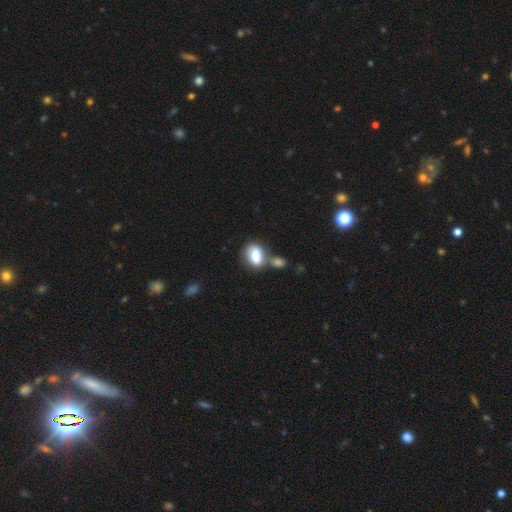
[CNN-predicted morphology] Smooth or featured? smooth (81%)
How rounded? in between (80%)
Merging? merger (43%)